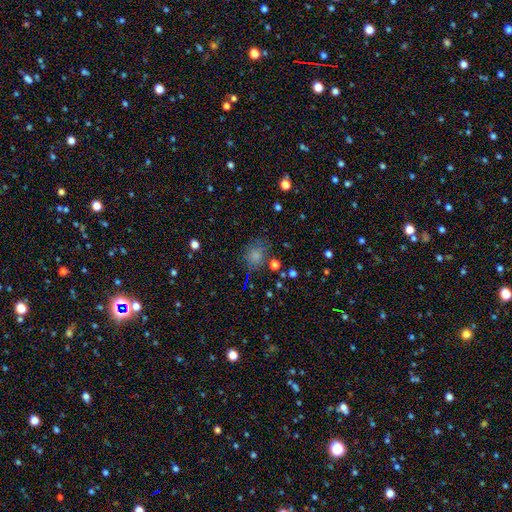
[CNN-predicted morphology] This appears to be a smooth galaxy with no disk features (75%) that is round (67%). Merging: none (69%).